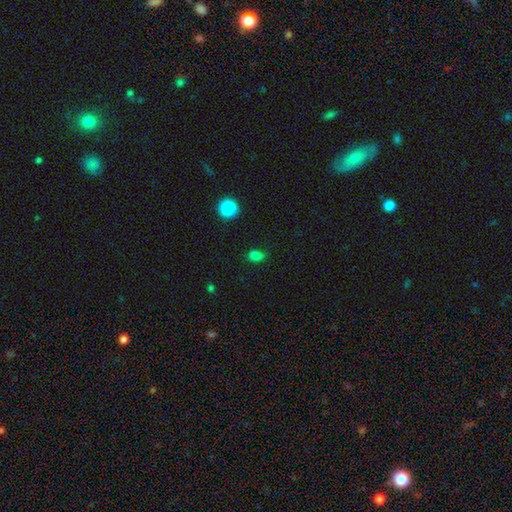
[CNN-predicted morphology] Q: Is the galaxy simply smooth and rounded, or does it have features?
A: smooth — 77%.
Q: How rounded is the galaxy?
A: in between — 74%.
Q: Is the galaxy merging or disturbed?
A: none — 69%.